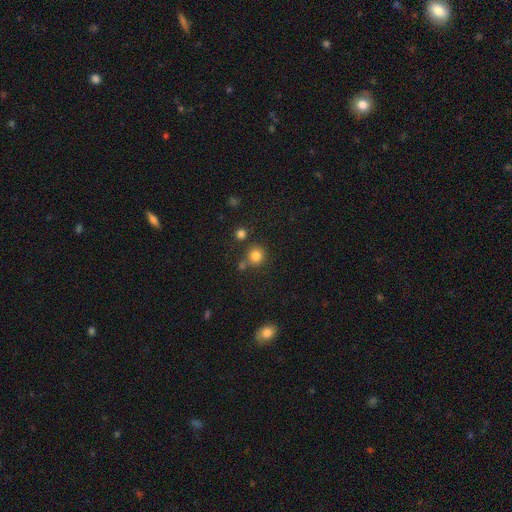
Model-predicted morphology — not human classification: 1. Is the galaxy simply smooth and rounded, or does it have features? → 81% smooth, 13% star or artifact, 6% featured or disk.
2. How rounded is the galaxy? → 89% round, 10% in between, 1% cigar-shaped.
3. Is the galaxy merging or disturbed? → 72% none, 14% merger, 10% minor disturbance, 4% major disturbance.